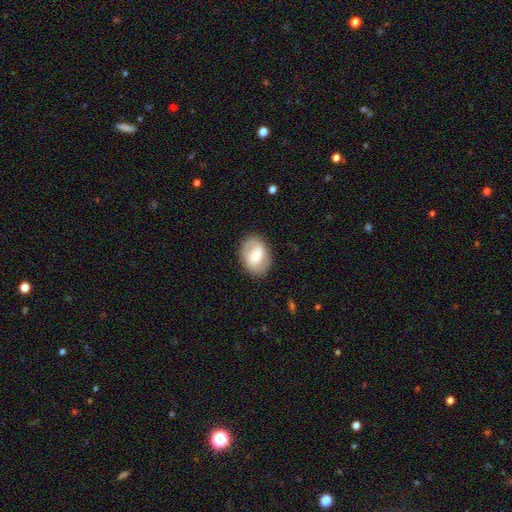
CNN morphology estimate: Smooth or featured? Predicted: smooth (p=0.53). How rounded? Predicted: in between (p=0.76). Merging? Predicted: none (p=0.83).